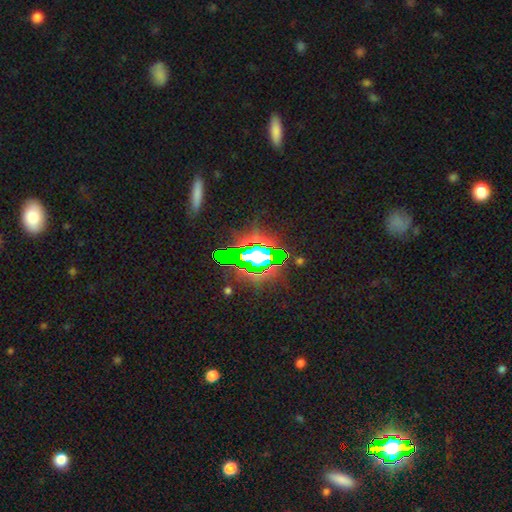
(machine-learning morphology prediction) This appears to be a star or artifact, not a galaxy (68%).